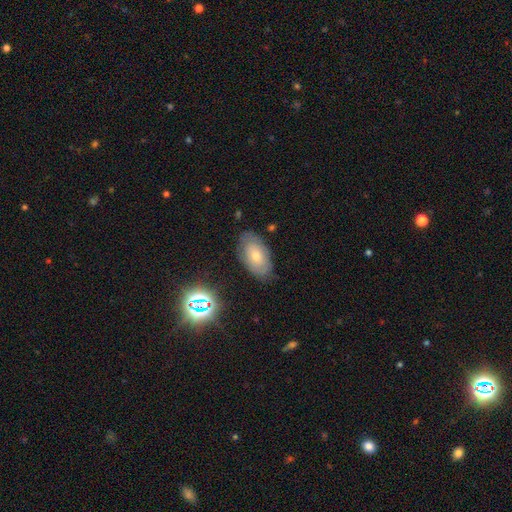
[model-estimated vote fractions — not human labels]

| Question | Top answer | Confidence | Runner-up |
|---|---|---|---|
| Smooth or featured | smooth | 49% | featured or disk (36%) |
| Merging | none | 81% | minor disturbance (14%) |